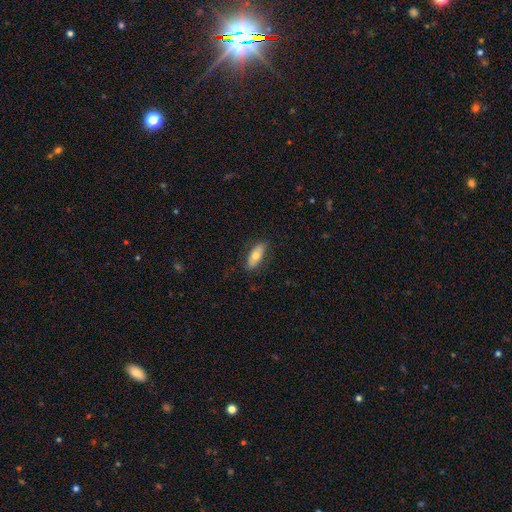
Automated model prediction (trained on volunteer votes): A smooth galaxy with no disk features (66%) that is in between round and cigar-shaped (74%). Merging: none (83%).